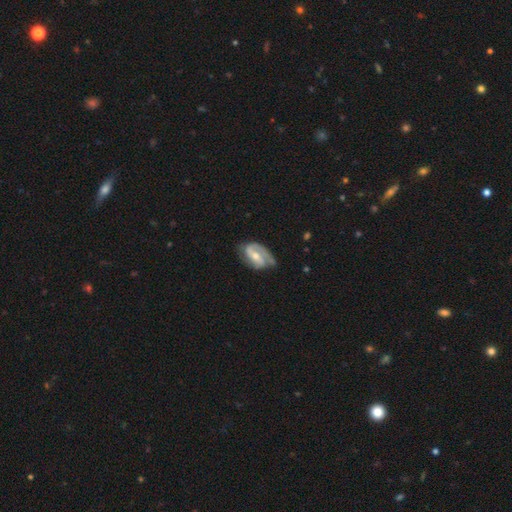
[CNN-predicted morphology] Smooth or featured: featured or disk — 81% (smooth — 14%)
Edge-on disk: no — 96% (yes — 4%)
Bar: weak — 40% (strong — 35%)
Spiral arms: yes — 93% (no — 7%)
Spiral winding: medium — 45% (tight — 33%)
Spiral arm count: 2 — 73% (1 — 16%)
Bulge size: moderate — 52% (small — 43%)
Merging: none — 59% (minor disturbance — 27%)